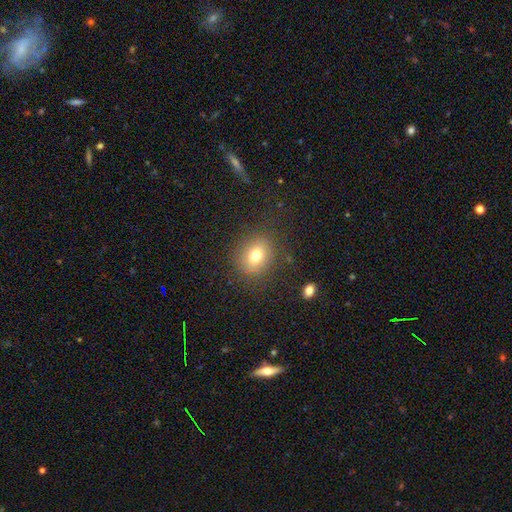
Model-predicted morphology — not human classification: Smooth or featured: smooth — 75% (star or artifact — 13%)
How rounded: round — 63% (in between — 36%)
Merging: none — 83% (minor disturbance — 10%)